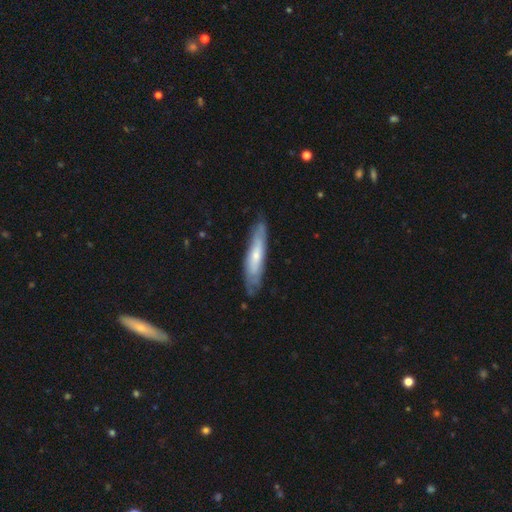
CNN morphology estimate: Smooth or featured: featured or disk — 51% (smooth — 43%)
Edge-on disk: yes — 54% (no — 46%)
Merging: none — 77% (minor disturbance — 18%)